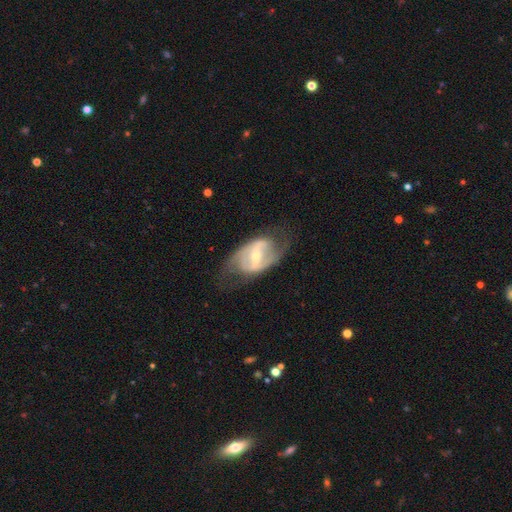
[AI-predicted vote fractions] Q: Smooth or featured?
A: featured or disk (81%); runner-up: smooth (13%)
Q: Edge-on disk?
A: no (95%); runner-up: yes (5%)
Q: Bar?
A: strong (48%); runner-up: weak (37%)
Q: Spiral arms?
A: yes (81%); runner-up: no (19%)
Q: Spiral winding?
A: medium (46%); runner-up: loose (30%)
Q: Spiral arm count?
A: 2 (81%); runner-up: can't tell (12%)
Q: Bulge size?
A: small (53%); runner-up: moderate (42%)
Q: Merging?
A: none (64%); runner-up: minor disturbance (19%)